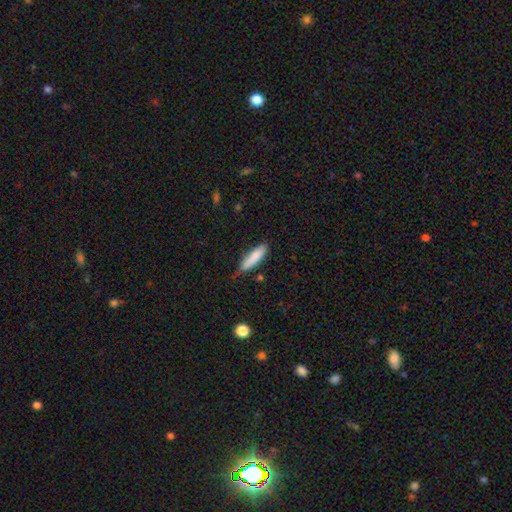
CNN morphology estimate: This appears to be a smooth galaxy with no disk features (83%) that is cigar-shaped (71%). Merging: none (71%).